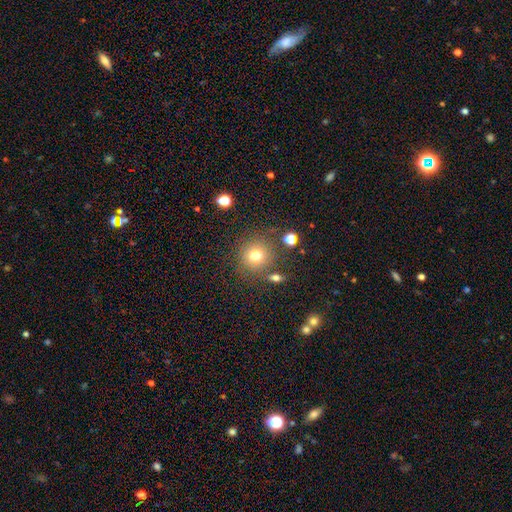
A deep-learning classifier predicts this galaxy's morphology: smooth 76%, star or artifact 14%, featured or disk 10%. Down the decision tree: how rounded — round (91%); merging — none (78%).